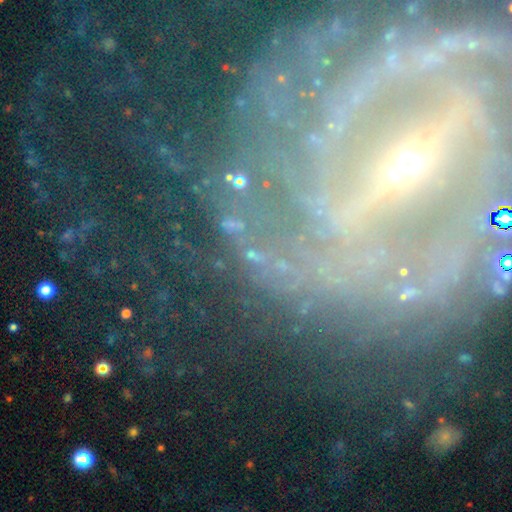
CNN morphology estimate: A star or artifact, not a galaxy (52%).

Vote fractions:
- Smooth or featured? star or artifact: 52% / featured or disk: 32% / smooth: 17%